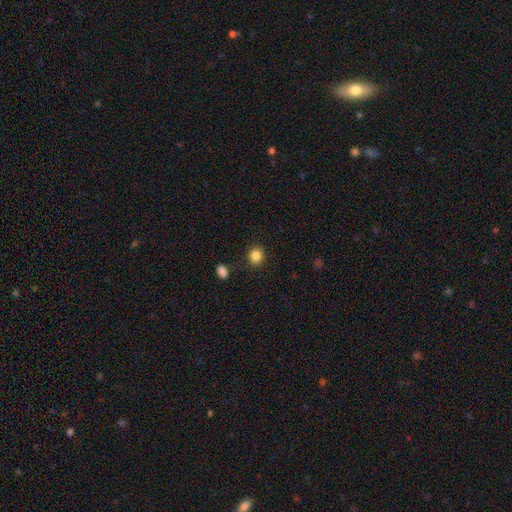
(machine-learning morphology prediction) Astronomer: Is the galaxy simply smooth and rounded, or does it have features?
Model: smooth — 85%.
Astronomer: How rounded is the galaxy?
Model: round — 74%.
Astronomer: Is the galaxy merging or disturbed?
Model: none — 87%.